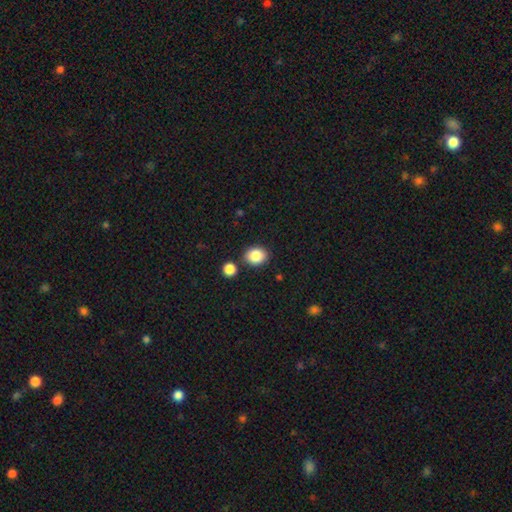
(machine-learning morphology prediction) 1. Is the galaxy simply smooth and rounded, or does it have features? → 86% smooth, 9% star or artifact, 5% featured or disk.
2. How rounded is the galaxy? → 60% round, 39% in between, 1% cigar-shaped.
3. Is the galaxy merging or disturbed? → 82% none, 9% minor disturbance, 7% merger, 2% major disturbance.